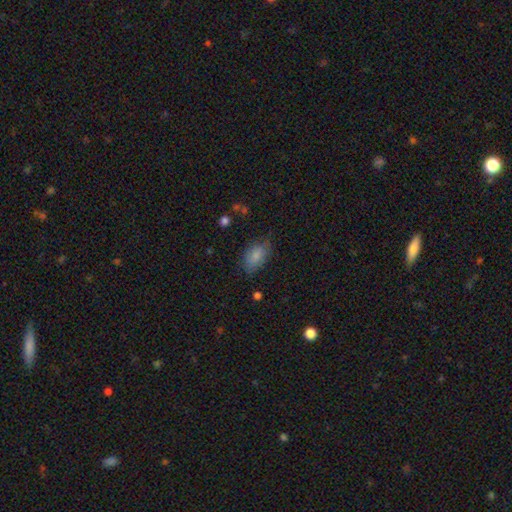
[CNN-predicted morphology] smooth-or-featured: smooth: 83% | featured or disk: 9% | star or artifact: 8%
  how-rounded: in between: 92% | round: 5% | cigar-shaped: 3%
  merging: none: 68% | minor disturbance: 23% | major disturbance: 7% | merger: 2%